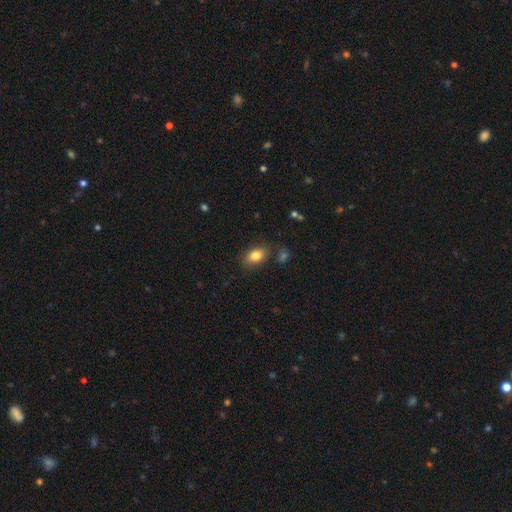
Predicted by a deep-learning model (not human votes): Q: Smooth or featured?
A: smooth (83%); runner-up: featured or disk (9%)
Q: How rounded?
A: in between (88%); runner-up: round (10%)
Q: Merging?
A: none (80%); runner-up: minor disturbance (12%)